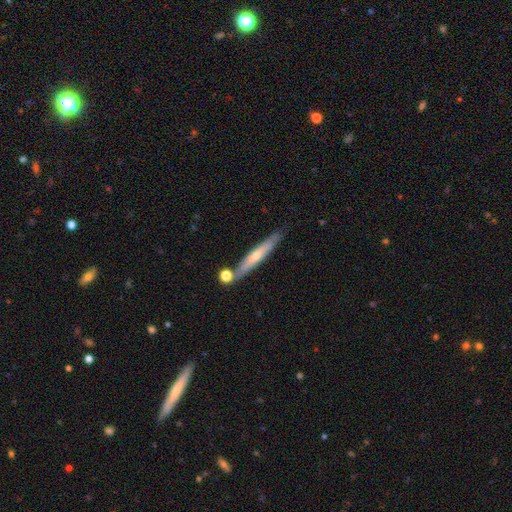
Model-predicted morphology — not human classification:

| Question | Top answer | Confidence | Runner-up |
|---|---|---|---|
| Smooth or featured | featured or disk | 54% | smooth (40%) |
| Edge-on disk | yes | 86% | no (14%) |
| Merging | none | 73% | minor disturbance (14%) |